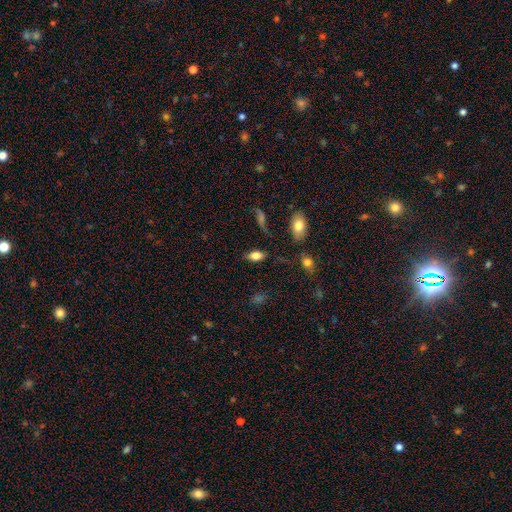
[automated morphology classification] Smooth or featured?
  - smooth: 75% *
  - featured or disk: 15%
  - star or artifact: 9%
How rounded?
  - in between: 88% *
  - cigar-shaped: 6%
  - round: 6%
Merging?
  - none: 81% *
  - minor disturbance: 13%
  - major disturbance: 4%
  - merger: 3%